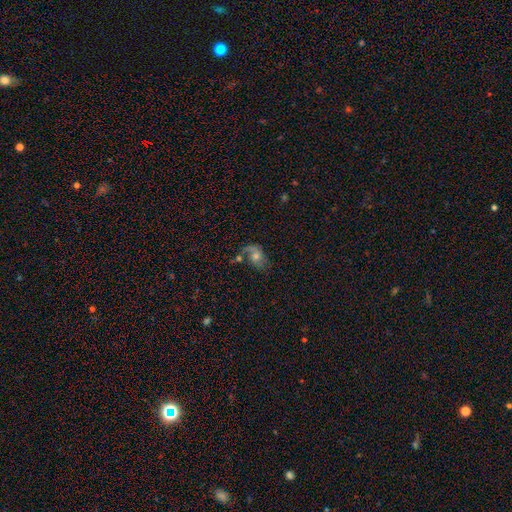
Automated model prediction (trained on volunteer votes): Morphology: type=featured or disk (57%); edge-on=no (96%); bar=no (72%); spiral arms=yes (80%); bulge=moderate (57%); merging=none (41%).